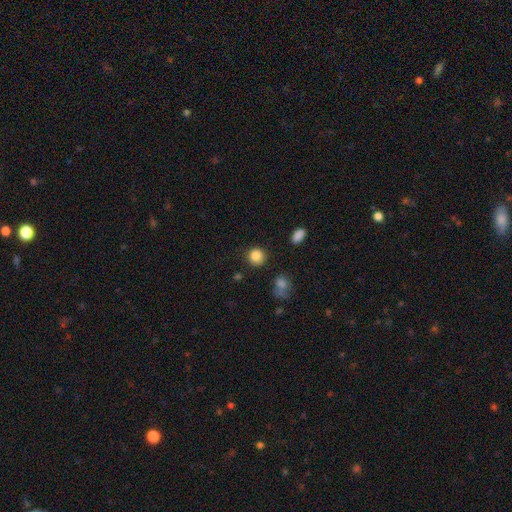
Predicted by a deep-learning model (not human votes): A smooth galaxy with no disk features (86%) that is round (89%). Merging: none (85%).